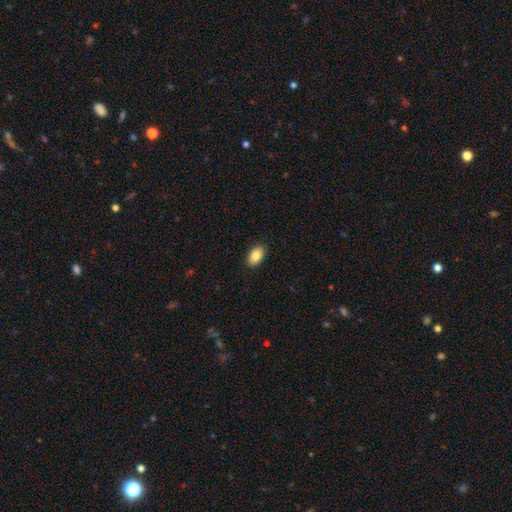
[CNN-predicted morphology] Smooth or featured?
  - smooth: 86% *
  - star or artifact: 7%
  - featured or disk: 7%
How rounded?
  - in between: 92% *
  - round: 7%
  - cigar-shaped: 1%
Merging?
  - none: 90% *
  - minor disturbance: 8%
  - major disturbance: 2%
  - merger: 1%